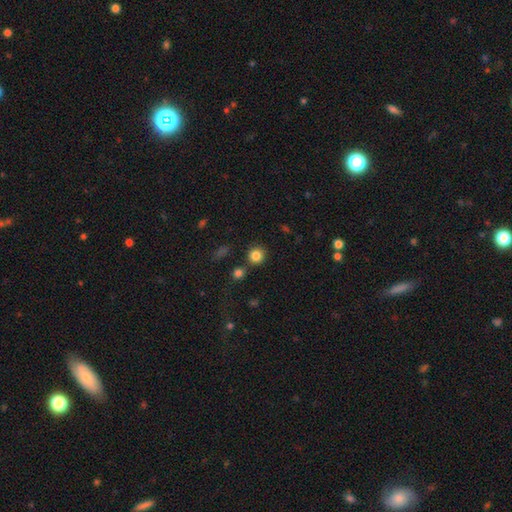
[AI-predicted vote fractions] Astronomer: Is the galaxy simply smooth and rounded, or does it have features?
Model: smooth — 83%.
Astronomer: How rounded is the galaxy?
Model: round — 91%.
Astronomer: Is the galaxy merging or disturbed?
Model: none — 80%.